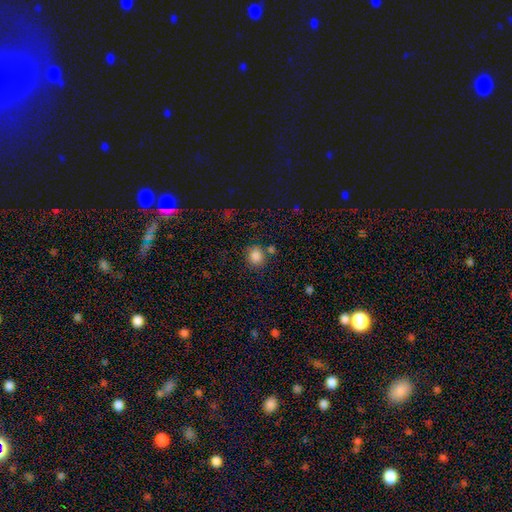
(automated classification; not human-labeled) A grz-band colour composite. It shows a smooth galaxy with no disk features (85%) that is round (78%). Merging: none (75%).